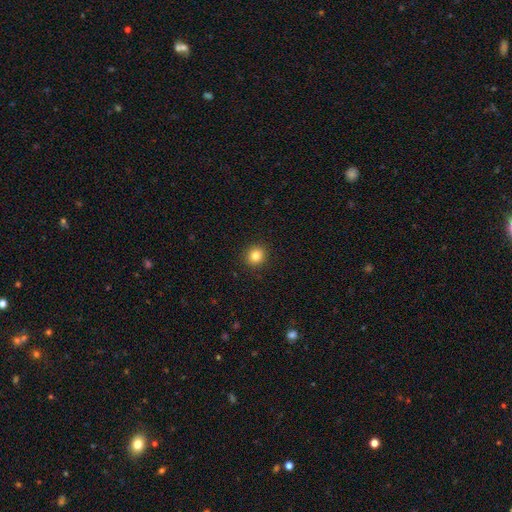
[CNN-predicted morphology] A smooth galaxy with no disk features (83%) that is round (90%). Merging: none (92%).